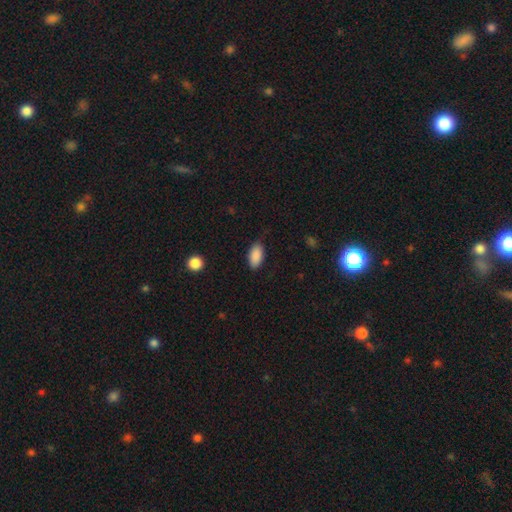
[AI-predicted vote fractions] Smooth or featured: smooth — 90% (star or artifact — 7%)
How rounded: in between — 93% (cigar-shaped — 4%)
Merging: none — 84% (minor disturbance — 12%)